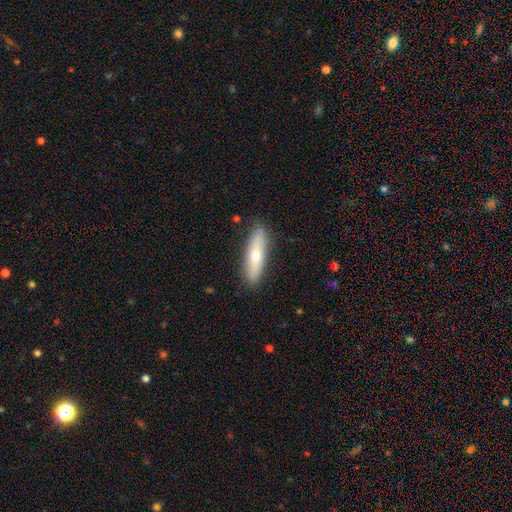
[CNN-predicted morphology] Smooth or featured: smooth — 59% (featured or disk — 35%)
How rounded: cigar-shaped — 67% (in between — 31%)
Merging: none — 86% (minor disturbance — 10%)